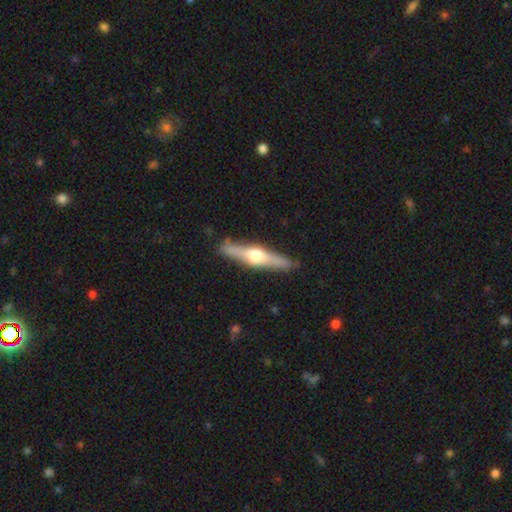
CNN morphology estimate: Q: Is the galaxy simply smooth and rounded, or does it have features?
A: featured or disk — 66%.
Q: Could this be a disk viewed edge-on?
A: yes — 96%.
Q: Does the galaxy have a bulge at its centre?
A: rounded — 93%.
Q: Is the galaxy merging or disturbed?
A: none — 87%.